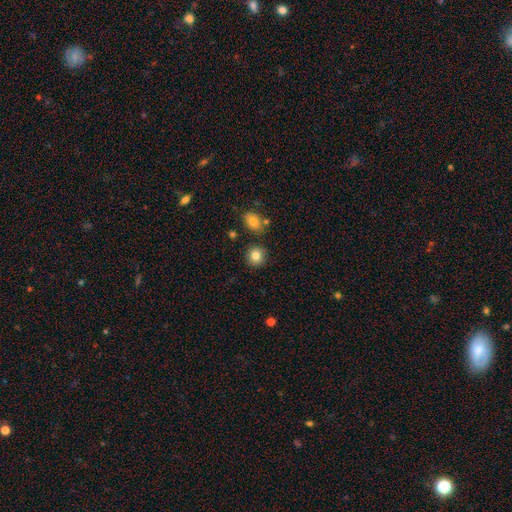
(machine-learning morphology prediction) Smooth or featured? smooth (83%)
How rounded? round (90%)
Merging? none (86%)